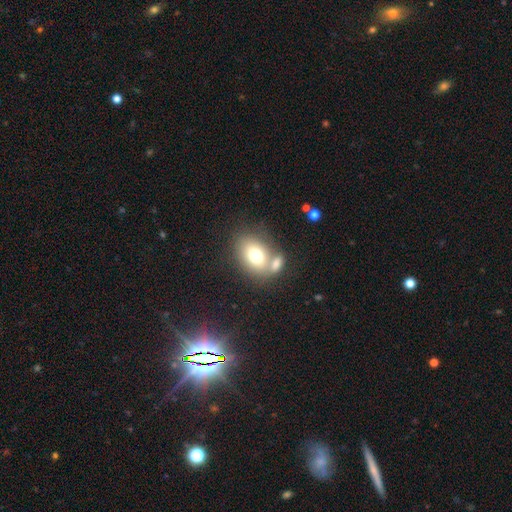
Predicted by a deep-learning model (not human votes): Smooth or featured?
  - smooth: 73% *
  - featured or disk: 18%
  - star or artifact: 9%
How rounded?
  - in between: 71% *
  - round: 28%
  - cigar-shaped: 1%
Merging?
  - none: 45% *
  - merger: 38%
  - minor disturbance: 12%
  - major disturbance: 5%